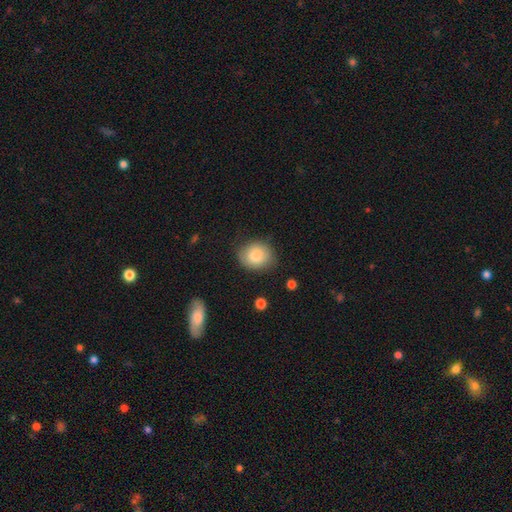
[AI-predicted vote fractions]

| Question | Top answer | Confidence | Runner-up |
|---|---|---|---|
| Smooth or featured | smooth | 83% | featured or disk (10%) |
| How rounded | round | 67% | in between (32%) |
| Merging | none | 78% | minor disturbance (17%) |